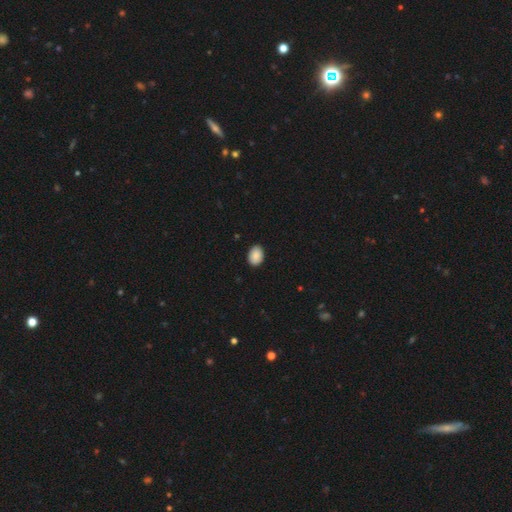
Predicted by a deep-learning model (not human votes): smooth_or_featured: smooth (p=0.89) [alt: star or artifact p=0.07]
how_rounded: in between (p=0.74) [alt: round p=0.25]
merging: none (p=0.88) [alt: minor disturbance p=0.09]